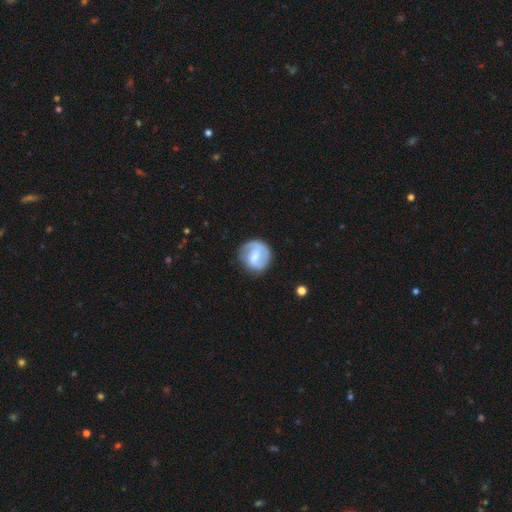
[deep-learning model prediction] Smooth or featured: featured or disk — 64% (smooth — 30%)
Edge-on disk: no — 98% (yes — 2%)
Bar: weak — 57% (no — 22%)
Spiral arms: yes — 87% (no — 13%)
Spiral winding: medium — 43% (tight — 34%)
Spiral arm count: 2 — 69% (1 — 17%)
Bulge size: small — 47% (moderate — 36%)
Merging: none — 78% (minor disturbance — 15%)